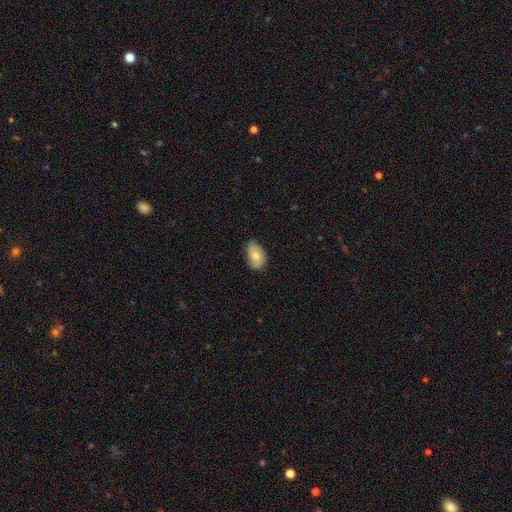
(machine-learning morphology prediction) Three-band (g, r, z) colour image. It shows a smooth galaxy with no disk features (63%) that is in between round and cigar-shaped (87%). Merging: none (63%).